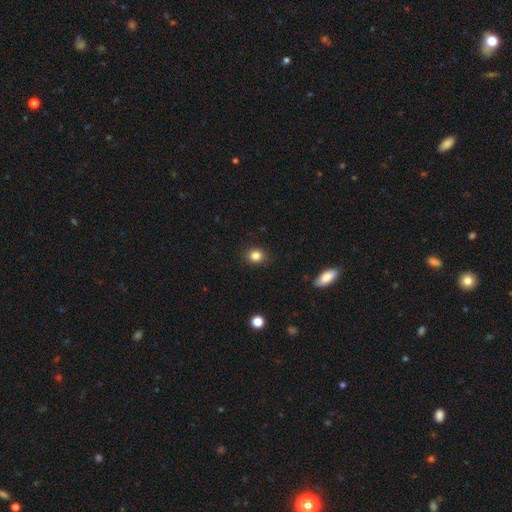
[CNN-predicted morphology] Smooth or featured: smooth — 84% (star or artifact — 11%)
How rounded: round — 67% (in between — 32%)
Merging: none — 89% (minor disturbance — 8%)